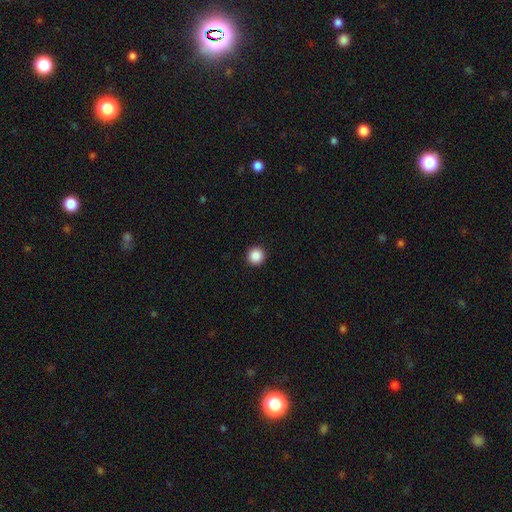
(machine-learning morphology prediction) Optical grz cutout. It shows a smooth galaxy with no disk features (88%) that is round (96%). Merging: none (94%).